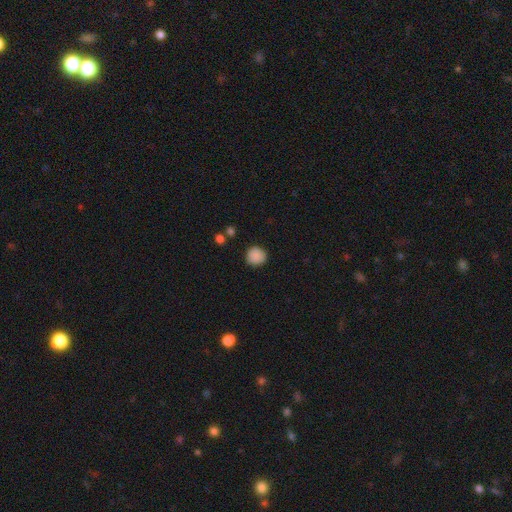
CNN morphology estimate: The model was most divided on "merging": none: 87%, minor disturbance: 9%, major disturbance: 2%, merger: 2%. More confident: how rounded — round (92%); smooth or featured — smooth (88%).